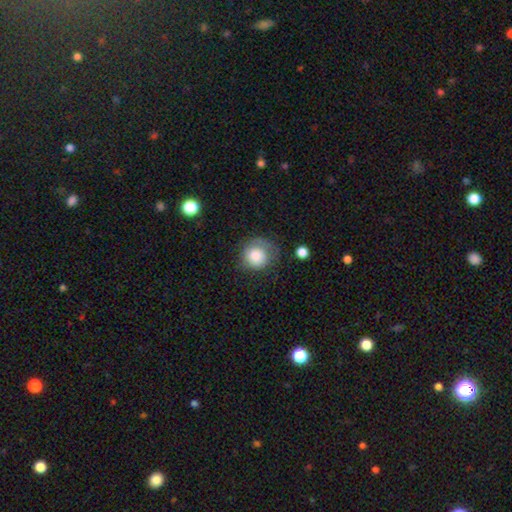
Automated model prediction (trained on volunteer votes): Smooth or featured? smooth (78%)
How rounded? round (87%)
Merging? none (54%)